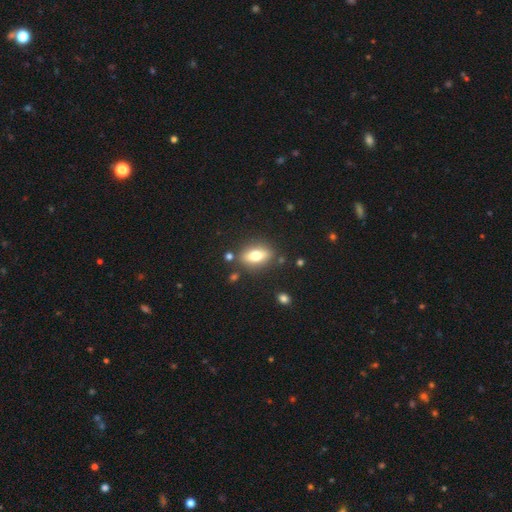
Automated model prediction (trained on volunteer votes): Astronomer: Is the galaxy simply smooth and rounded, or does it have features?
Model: smooth — 65%.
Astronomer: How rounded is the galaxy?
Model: in between — 78%.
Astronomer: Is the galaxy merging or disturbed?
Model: none — 82%.